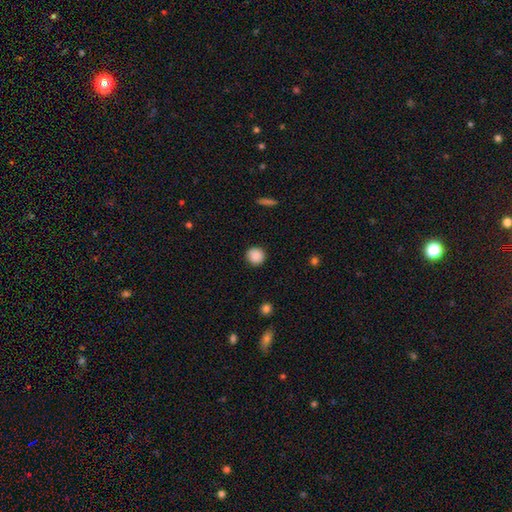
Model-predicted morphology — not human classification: This appears to be a smooth galaxy with no disk features (88%) that is round (93%). Merging: none (89%).